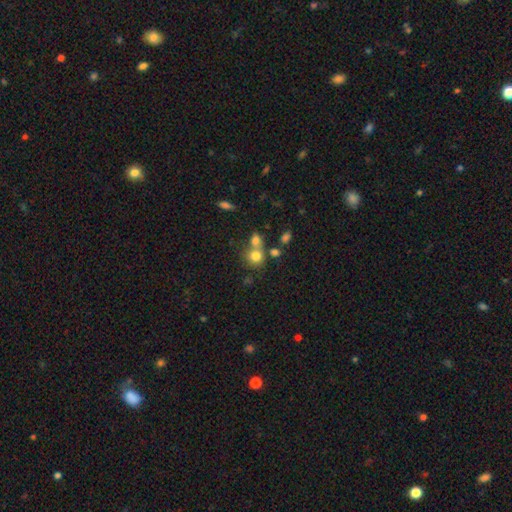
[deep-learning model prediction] Smooth or featured? smooth (77%)
How rounded? round (79%)
Merging? none (45%)